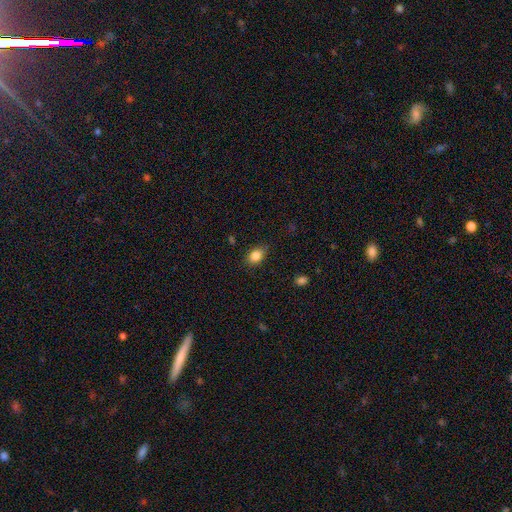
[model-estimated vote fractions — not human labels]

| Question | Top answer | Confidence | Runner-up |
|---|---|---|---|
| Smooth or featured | smooth | 85% | star or artifact (9%) |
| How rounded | in between | 75% | round (23%) |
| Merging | none | 79% | minor disturbance (16%) |